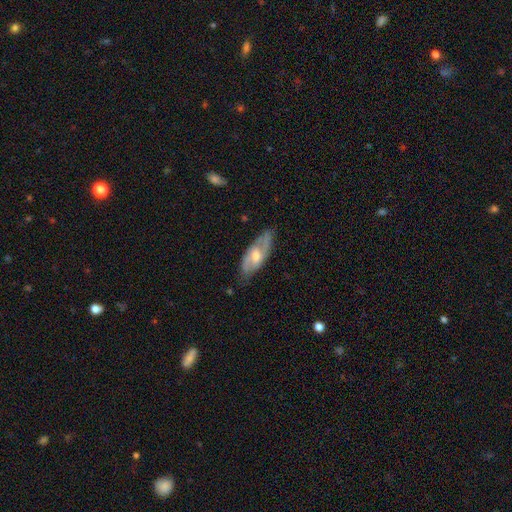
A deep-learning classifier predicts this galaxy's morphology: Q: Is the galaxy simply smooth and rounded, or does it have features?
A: featured or disk — 65%.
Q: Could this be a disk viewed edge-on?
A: no — 81%.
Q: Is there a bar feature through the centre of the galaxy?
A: weak — 47%.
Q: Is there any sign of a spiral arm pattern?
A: yes — 77%.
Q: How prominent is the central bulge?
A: moderate — 64%.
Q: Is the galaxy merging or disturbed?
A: none — 75%.